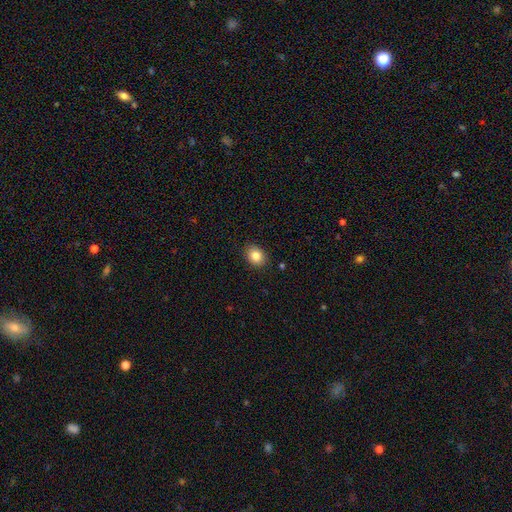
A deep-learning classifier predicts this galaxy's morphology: smooth-or-featured: smooth: 85% | star or artifact: 9% | featured or disk: 6%
  how-rounded: round: 50% | in between: 49% | cigar-shaped: 1%
  merging: none: 89% | minor disturbance: 8% | major disturbance: 2% | merger: 1%